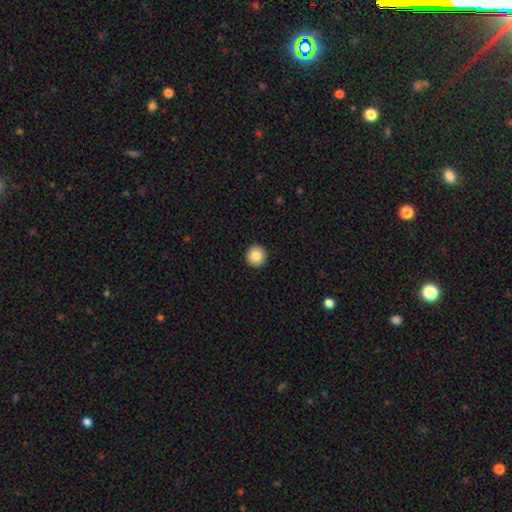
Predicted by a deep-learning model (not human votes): This is clearly a smooth galaxy (85%). How rounded: clearly round (96%). Merging: clearly none (94%).